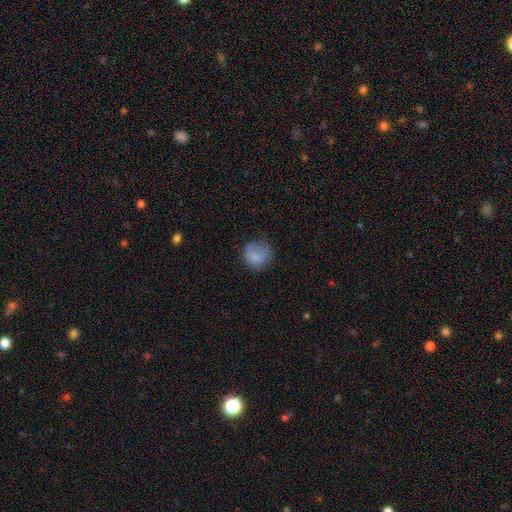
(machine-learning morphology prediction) smooth_or_featured: smooth (p=0.78) [alt: featured or disk p=0.13]
how_rounded: round (p=0.83) [alt: in between p=0.16]
merging: none (p=0.61) [alt: minor disturbance p=0.24]